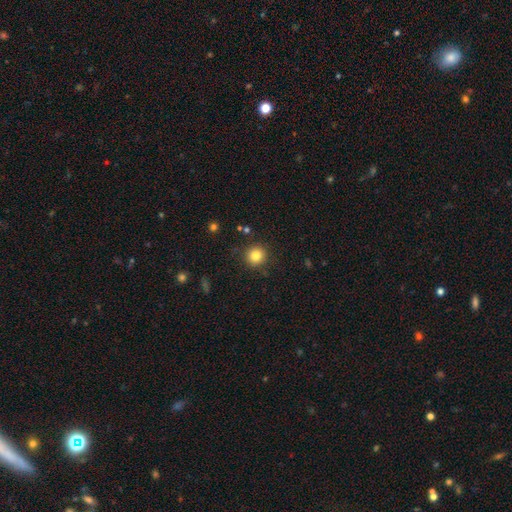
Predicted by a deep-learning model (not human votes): A smooth galaxy with no disk features (82%) that is round (93%). Merging: none (89%).